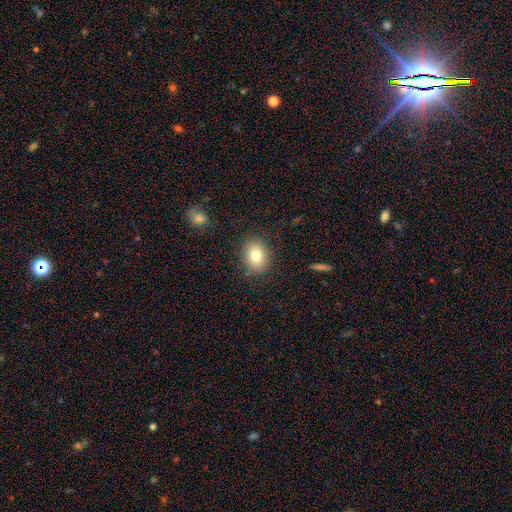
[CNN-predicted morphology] The model was most divided on "how rounded": in between: 59%, round: 40%, cigar-shaped: 1%. More confident: merging — none (84%); smooth or featured — smooth (81%).